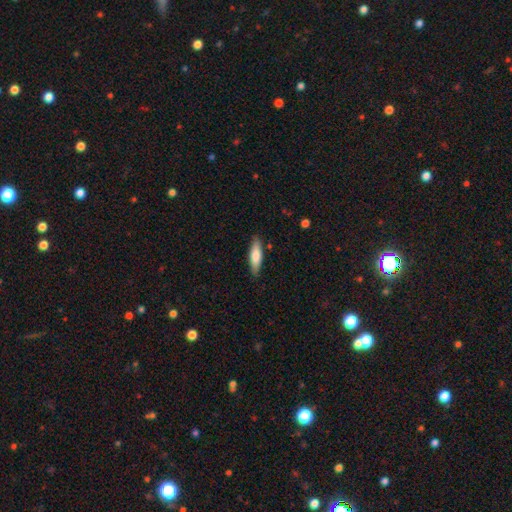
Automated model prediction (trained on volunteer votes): Smooth or featured? smooth (75%)
How rounded? cigar-shaped (58%)
Merging? none (86%)